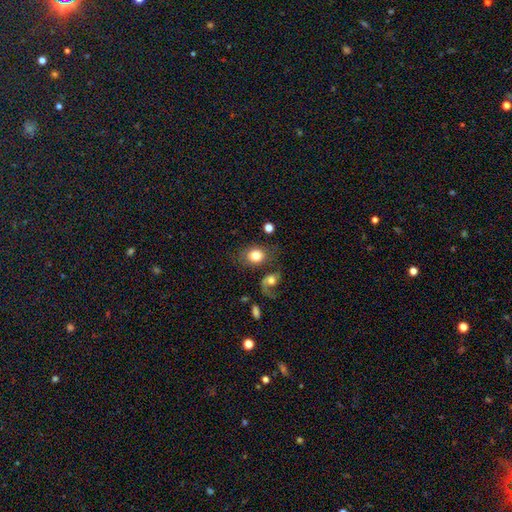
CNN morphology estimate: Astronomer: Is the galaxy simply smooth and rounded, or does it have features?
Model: smooth — 76%.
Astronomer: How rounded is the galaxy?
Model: round — 50% (runner-up: in between, 49%).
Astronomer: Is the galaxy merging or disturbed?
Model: none — 57%.